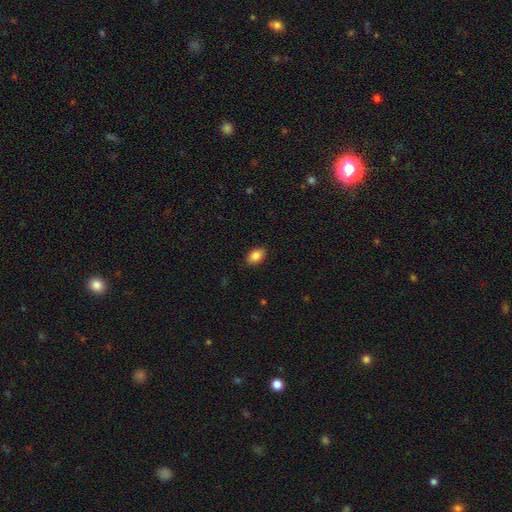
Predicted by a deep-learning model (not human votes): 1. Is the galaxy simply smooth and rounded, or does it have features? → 87% smooth, 8% star or artifact, 6% featured or disk.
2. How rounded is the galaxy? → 89% in between, 10% round, 1% cigar-shaped.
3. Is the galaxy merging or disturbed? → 88% none, 9% minor disturbance, 2% major disturbance, 1% merger.